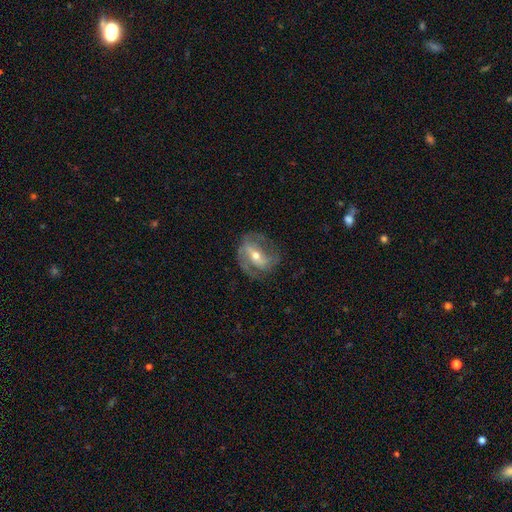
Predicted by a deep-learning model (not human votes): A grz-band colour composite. It shows a featured or disk galaxy (82%) with a strong bar (50%), 2 (77%) medium (46%) spiral arms (89%) and a moderate central bulge (55%). Merging: none (68%).